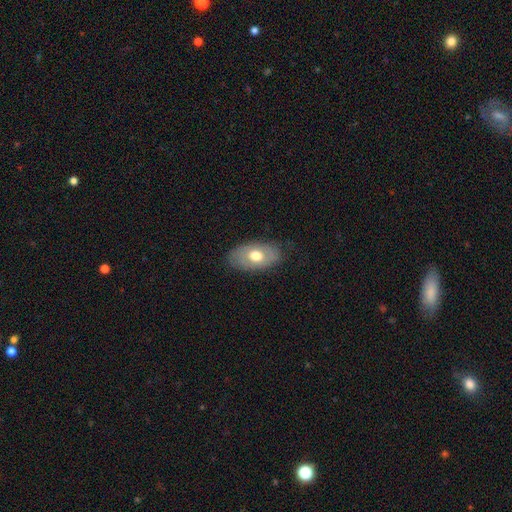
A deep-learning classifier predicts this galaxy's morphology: Smooth or featured?
  - smooth: 51% *
  - featured or disk: 43%
  - star or artifact: 6%
How rounded?
  - in between: 91% *
  - round: 7%
  - cigar-shaped: 2%
Merging?
  - none: 77% *
  - minor disturbance: 17%
  - major disturbance: 5%
  - merger: 1%